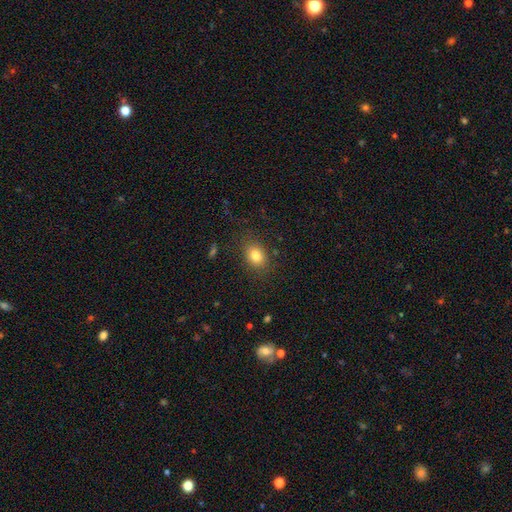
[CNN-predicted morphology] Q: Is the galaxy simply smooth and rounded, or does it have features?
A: smooth — 80%.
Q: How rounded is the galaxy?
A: in between — 57%.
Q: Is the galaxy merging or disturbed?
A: none — 81%.